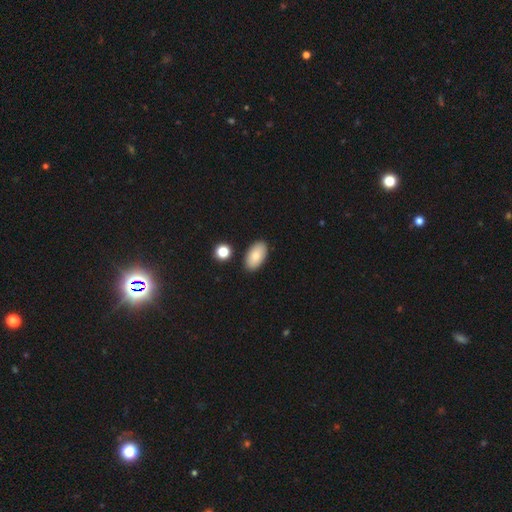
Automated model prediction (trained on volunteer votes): This appears to be a smooth galaxy with no disk features (84%) that is in between round and cigar-shaped (95%). Merging: none (87%).